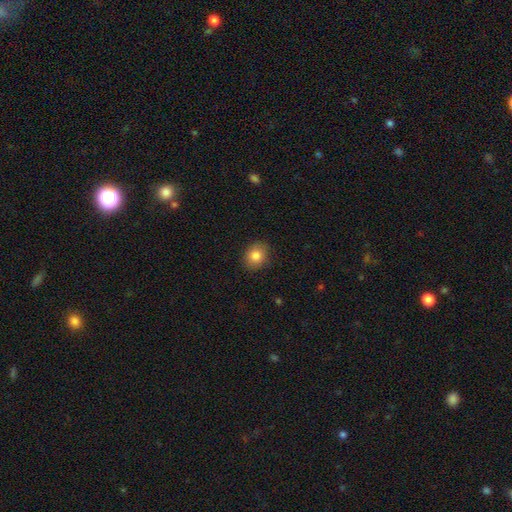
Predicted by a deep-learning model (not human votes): Q: Smooth or featured?
A: smooth (83%); runner-up: star or artifact (10%)
Q: How rounded?
A: round (62%); runner-up: in between (37%)
Q: Merging?
A: none (87%); runner-up: minor disturbance (9%)